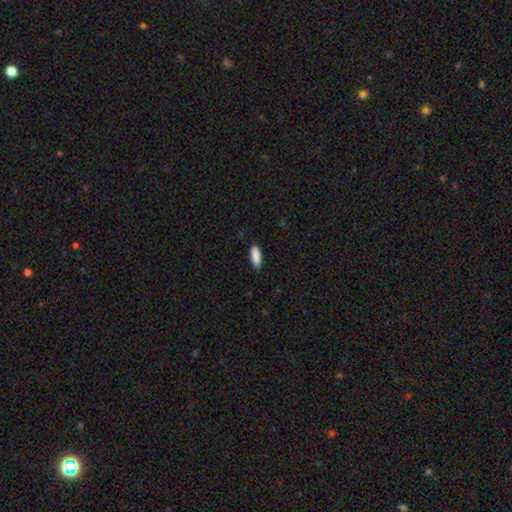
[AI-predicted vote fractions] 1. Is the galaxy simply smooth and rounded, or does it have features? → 89% smooth, 6% star or artifact, 5% featured or disk.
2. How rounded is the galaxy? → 66% in between, 32% cigar-shaped, 2% round.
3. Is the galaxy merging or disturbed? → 85% none, 12% minor disturbance, 2% major disturbance, 1% merger.